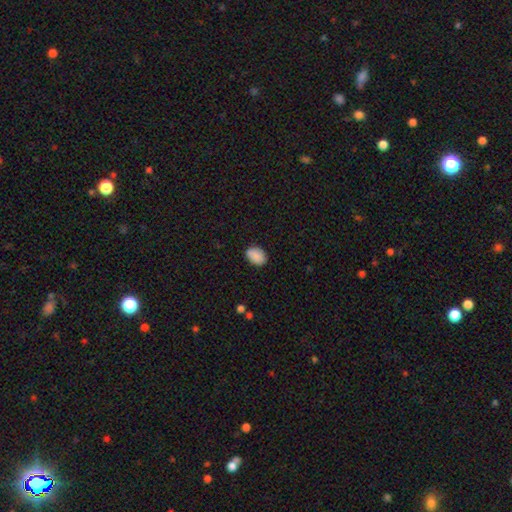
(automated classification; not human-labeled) smooth_or_featured: smooth (p=0.89) [alt: star or artifact p=0.07]
how_rounded: in between (p=0.80) [alt: round p=0.19]
merging: none (p=0.83) [alt: minor disturbance p=0.13]